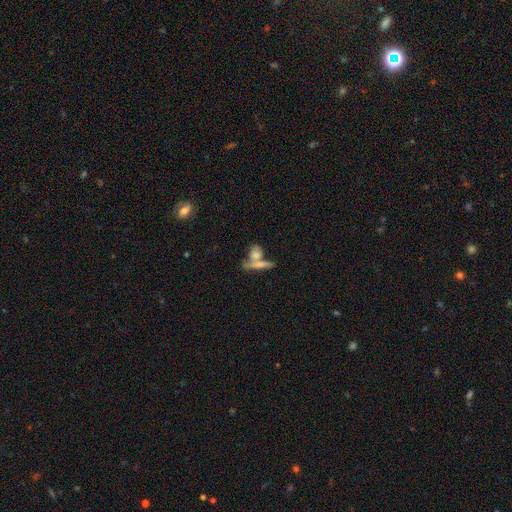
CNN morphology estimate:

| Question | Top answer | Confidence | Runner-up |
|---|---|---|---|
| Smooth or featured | smooth | 54% | featured or disk (33%) |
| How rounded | cigar-shaped | 46% | in between (33%) |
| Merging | none | 47% | merger (39%) |